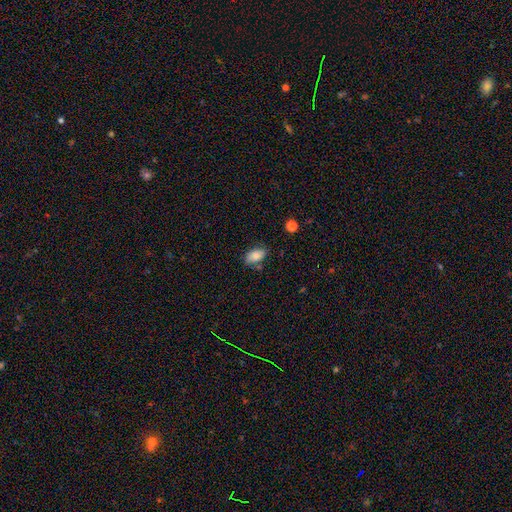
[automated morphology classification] Smooth or featured? Predicted: smooth (p=0.82). How rounded? Predicted: in between (p=0.92). Merging? Predicted: none (p=0.71).